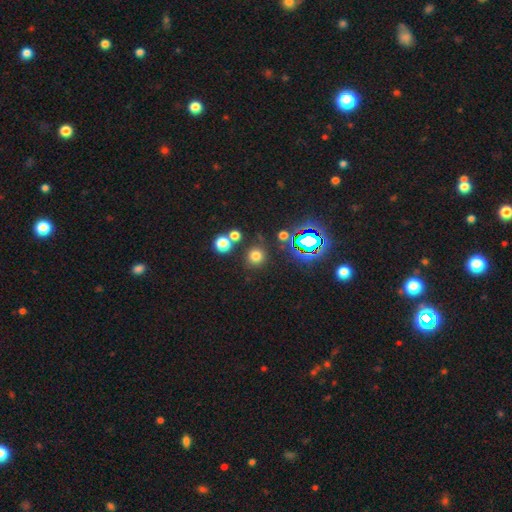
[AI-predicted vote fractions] smooth-or-featured: smooth: 70% | star or artifact: 24% | featured or disk: 7%
  how-rounded: round: 90% | in between: 9% | cigar-shaped: 1%
  merging: none: 79% | merger: 9% | minor disturbance: 8% | major disturbance: 4%